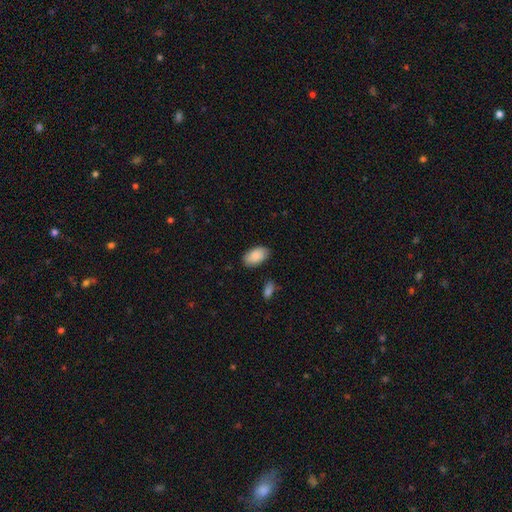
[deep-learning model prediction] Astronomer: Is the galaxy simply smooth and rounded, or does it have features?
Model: smooth — 87%.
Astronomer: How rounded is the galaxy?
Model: in between — 94%.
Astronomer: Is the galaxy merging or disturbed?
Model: none — 84%.